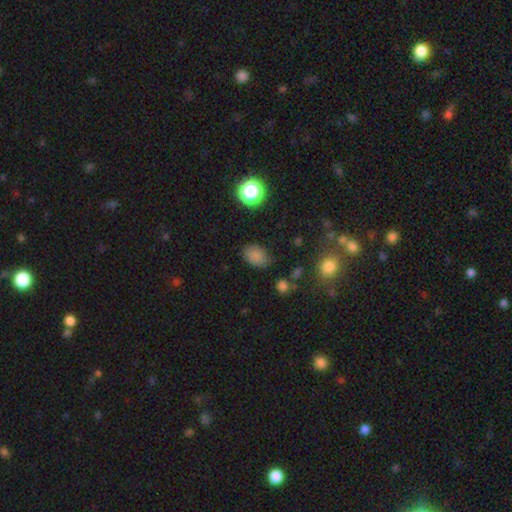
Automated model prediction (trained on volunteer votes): Smooth or featured? Predicted: smooth (p=0.80). How rounded? Predicted: in between (p=0.75). Merging? Predicted: none (p=0.77).